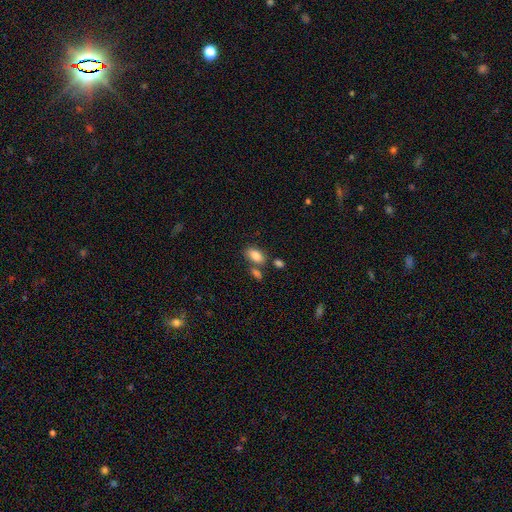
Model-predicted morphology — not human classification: Overall: smooth (85%). How rounded: in between (91%). Merging: none (64%).